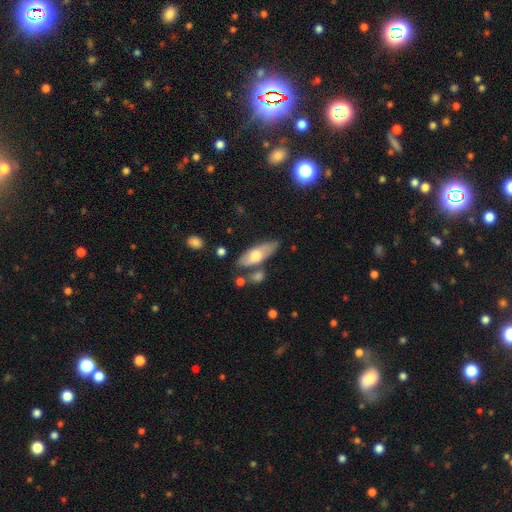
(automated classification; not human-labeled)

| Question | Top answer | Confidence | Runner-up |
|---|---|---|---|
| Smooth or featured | smooth | 56% | featured or disk (38%) |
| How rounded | in between | 64% | cigar-shaped (33%) |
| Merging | none | 68% | minor disturbance (17%) |